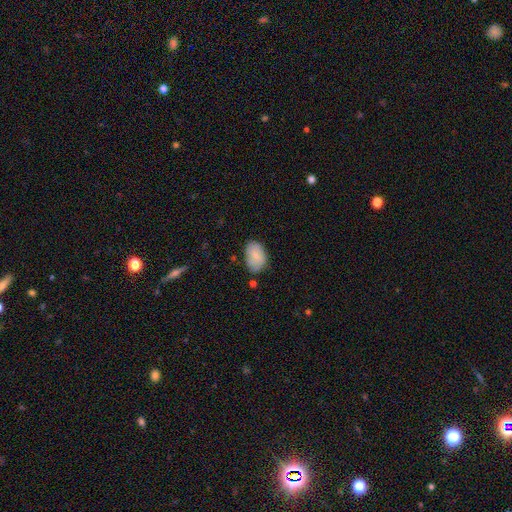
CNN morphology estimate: Smooth or featured? Predicted: smooth (p=0.74). How rounded? Predicted: in between (p=0.89). Merging? Predicted: none (p=0.68).